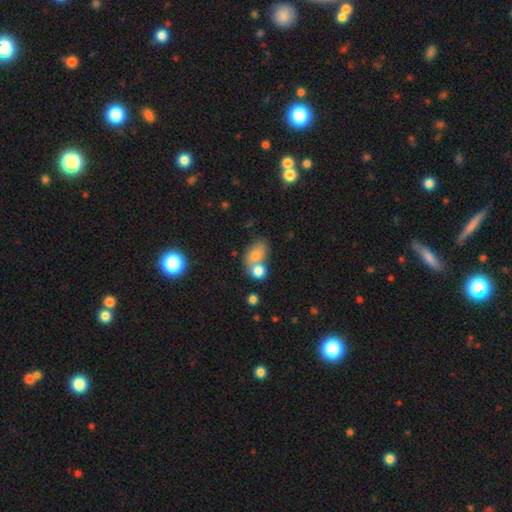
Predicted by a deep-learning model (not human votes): smooth_or_featured: smooth (p=0.75) [alt: featured or disk p=0.15]
how_rounded: in between (p=0.76) [alt: round p=0.21]
merging: merger (p=0.51) [alt: none p=0.31]